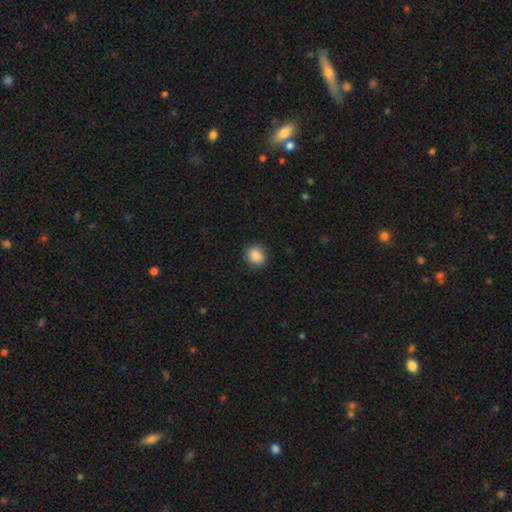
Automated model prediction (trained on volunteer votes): Smooth or featured: smooth — 88% (star or artifact — 9%)
How rounded: round — 87% (in between — 12%)
Merging: none — 89% (minor disturbance — 8%)